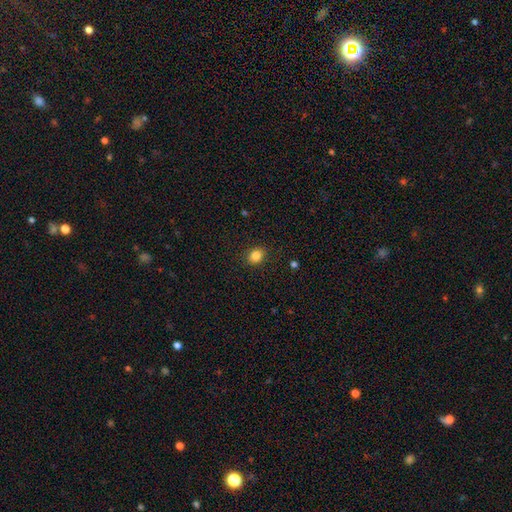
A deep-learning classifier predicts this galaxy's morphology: smooth 85%, star or artifact 10%, featured or disk 4%. Down the decision tree: how rounded — round (58%); merging — none (89%).